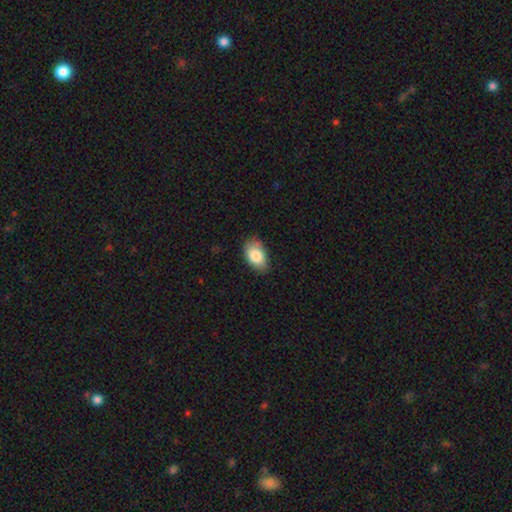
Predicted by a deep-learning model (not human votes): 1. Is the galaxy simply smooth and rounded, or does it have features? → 84% smooth, 9% featured or disk, 7% star or artifact.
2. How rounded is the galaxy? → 89% in between, 9% round, 1% cigar-shaped.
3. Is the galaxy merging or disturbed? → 73% none, 22% minor disturbance, 3% major disturbance, 1% merger.